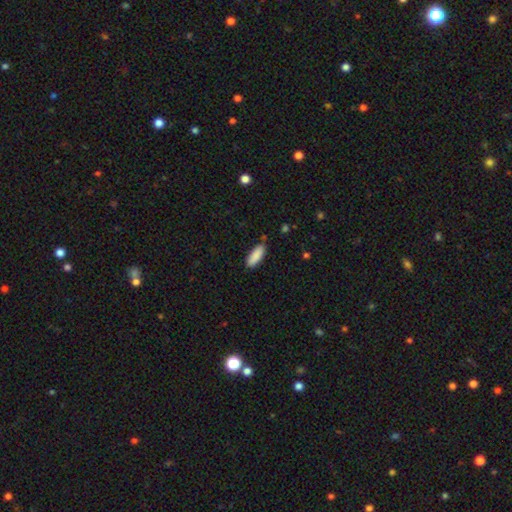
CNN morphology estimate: Smooth or featured? Predicted: smooth (p=0.90). How rounded? Predicted: in between (p=0.71). Merging? Predicted: none (p=0.85).